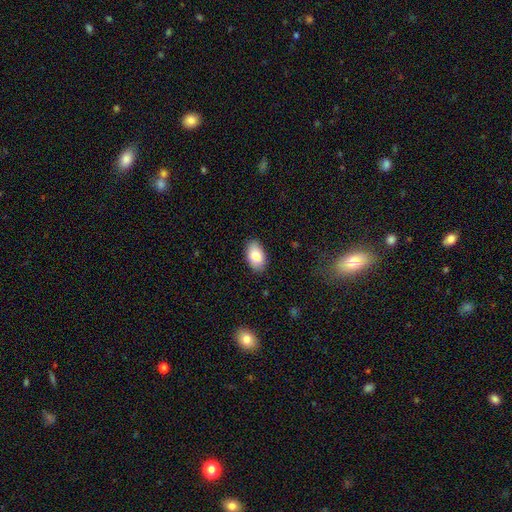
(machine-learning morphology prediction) Smooth or featured?
  - smooth: 83% *
  - featured or disk: 10%
  - star or artifact: 7%
How rounded?
  - in between: 93% *
  - round: 5%
  - cigar-shaped: 1%
Merging?
  - none: 86% *
  - minor disturbance: 11%
  - major disturbance: 2%
  - merger: 1%